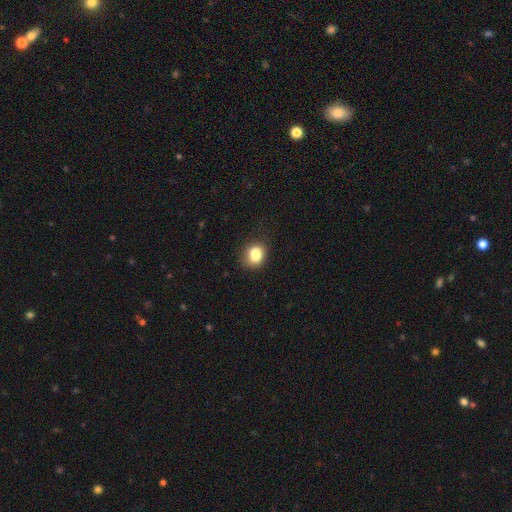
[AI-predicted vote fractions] smooth-or-featured: smooth: 83% | star or artifact: 10% | featured or disk: 7%
  how-rounded: round: 55% | in between: 44% | cigar-shaped: 1%
  merging: none: 70% | minor disturbance: 21% | major disturbance: 6% | merger: 3%